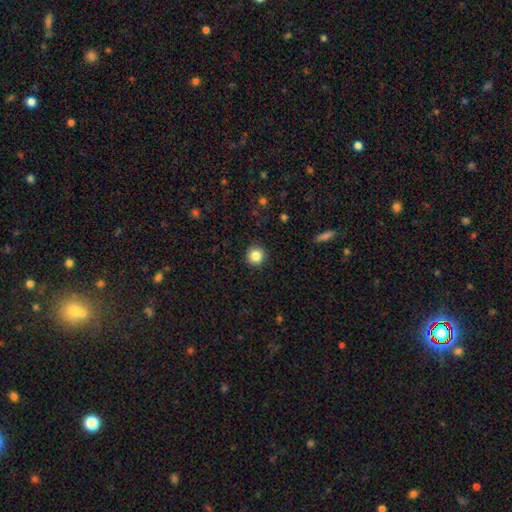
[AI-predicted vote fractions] Smooth or featured? smooth (85%)
How rounded? round (95%)
Merging? none (92%)